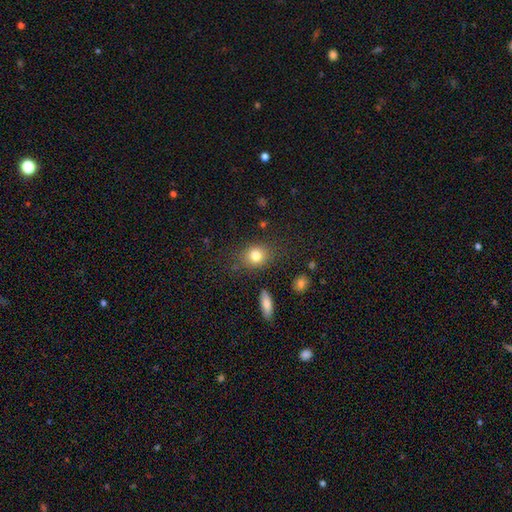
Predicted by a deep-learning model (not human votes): The model was most divided on "how rounded": round: 62%, in between: 36%, cigar-shaped: 1%. More confident: merging — none (82%); smooth or featured — smooth (79%).